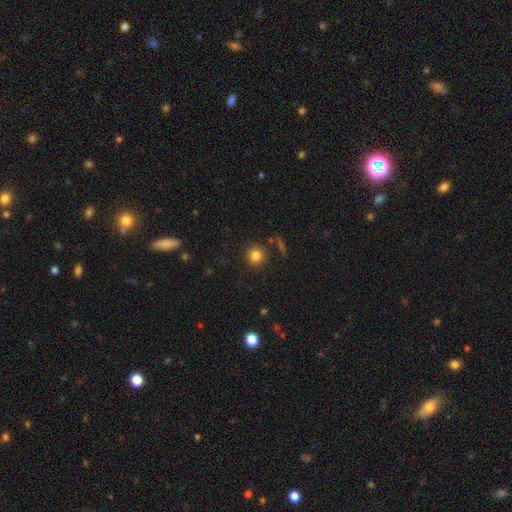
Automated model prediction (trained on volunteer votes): Smooth or featured: smooth — 82% (star or artifact — 12%)
How rounded: round — 93% (in between — 6%)
Merging: none — 86% (minor disturbance — 7%)